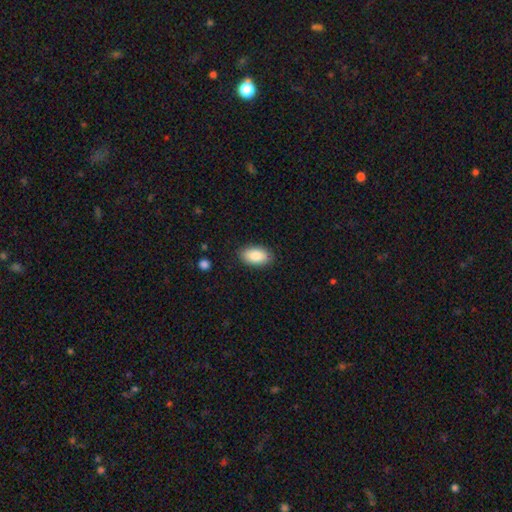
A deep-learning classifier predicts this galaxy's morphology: smooth_or_featured: smooth (p=0.88) [alt: star or artifact p=0.06]
how_rounded: in between (p=0.94) [alt: round p=0.04]
merging: none (p=0.87) [alt: minor disturbance p=0.09]